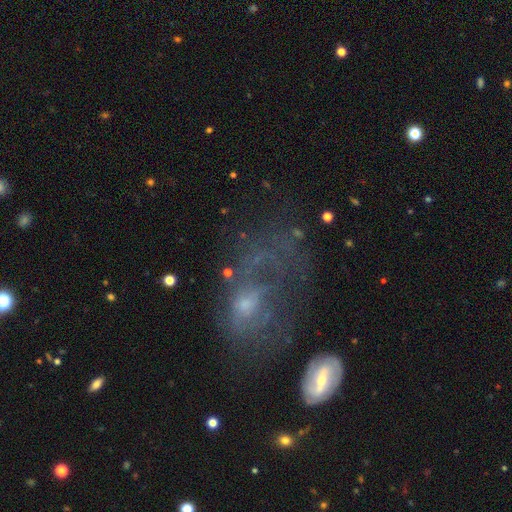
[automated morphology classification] Overall: featured or disk (54%; smooth 27%). Edge-on disk: no (95%). Bar: no (69%). Spiral arms: no (61%; yes 39%). Bulge size: small (49%; moderate 28%). Merging: major disturbance (43%; none 28%).